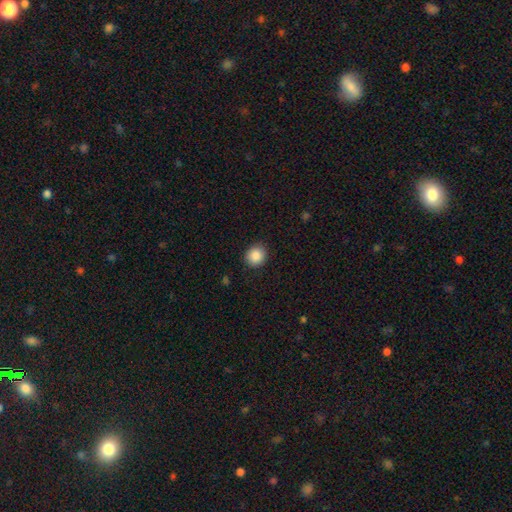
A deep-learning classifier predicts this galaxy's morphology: The model was most divided on "how rounded": round: 83%, in between: 16%, cigar-shaped: 1%. More confident: merging — none (89%); smooth or featured — smooth (88%).